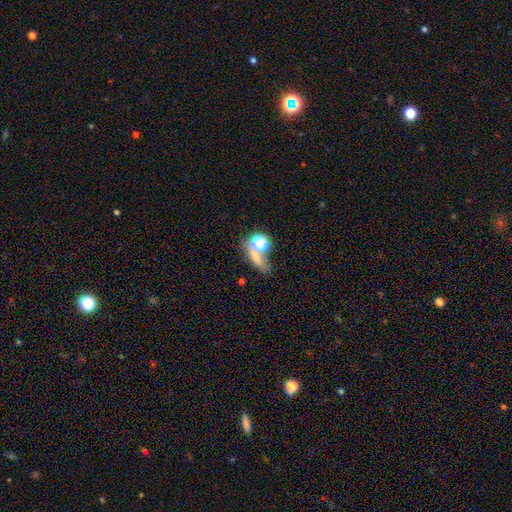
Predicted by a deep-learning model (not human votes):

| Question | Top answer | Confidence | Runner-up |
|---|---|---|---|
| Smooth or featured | smooth | 61% | star or artifact (21%) |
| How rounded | in between | 43% | round (41%) |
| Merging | none | 38% | merger (33%) |